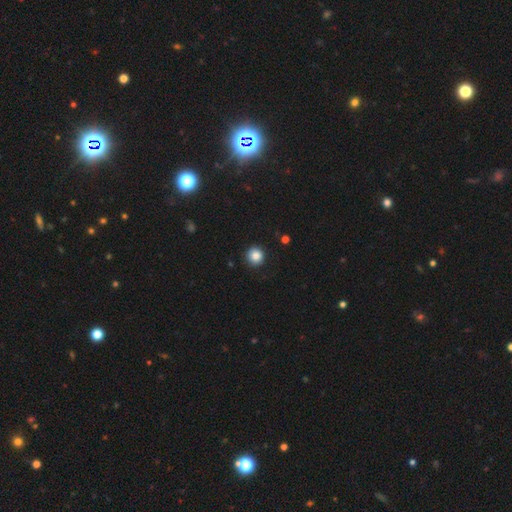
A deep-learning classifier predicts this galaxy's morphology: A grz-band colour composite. It shows a smooth galaxy with no disk features (85%) that is round (95%). Merging: none (91%).